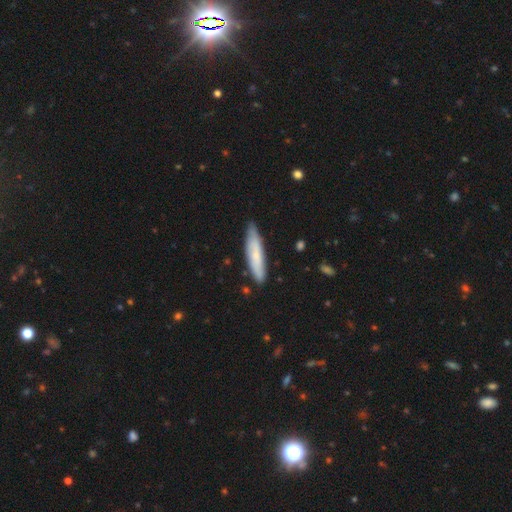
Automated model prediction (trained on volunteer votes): Smooth or featured? Predicted: smooth (p=0.65). How rounded? Predicted: cigar-shaped (p=0.82). Merging? Predicted: none (p=0.79).